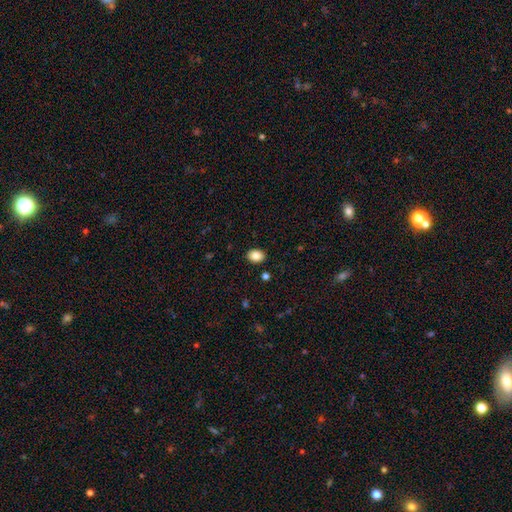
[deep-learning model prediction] Smooth or featured? Predicted: smooth (p=0.86). How rounded? Predicted: in between (p=0.69). Merging? Predicted: none (p=0.89).